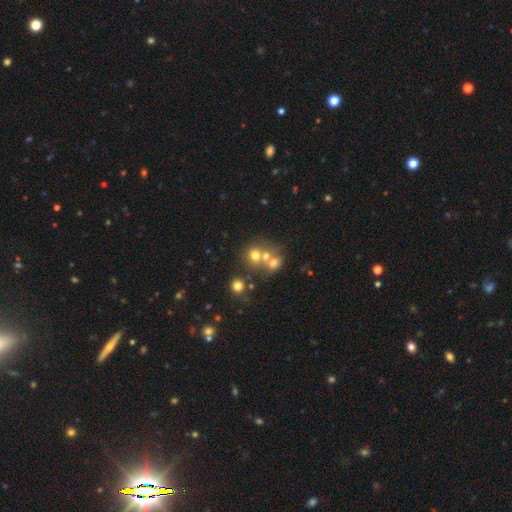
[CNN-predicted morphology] smooth-or-featured: smooth: 64% | featured or disk: 19% | star or artifact: 17%
  how-rounded: round: 77% | in between: 22% | cigar-shaped: 1%
  merging: merger: 48% | none: 40% | minor disturbance: 8% | major disturbance: 5%